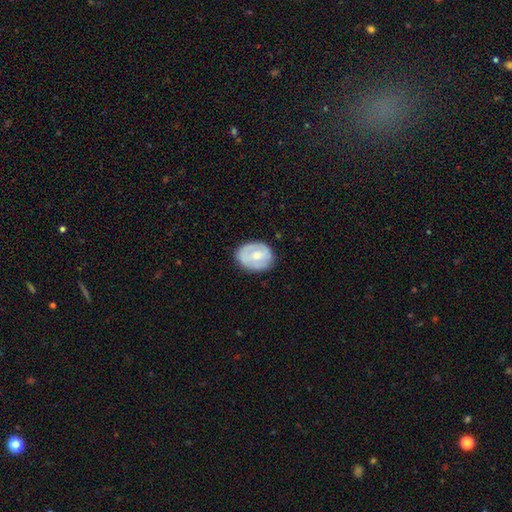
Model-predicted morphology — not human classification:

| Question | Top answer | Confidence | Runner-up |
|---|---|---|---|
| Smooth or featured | smooth | 49% | featured or disk (45%) |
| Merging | none | 75% | minor disturbance (19%) |